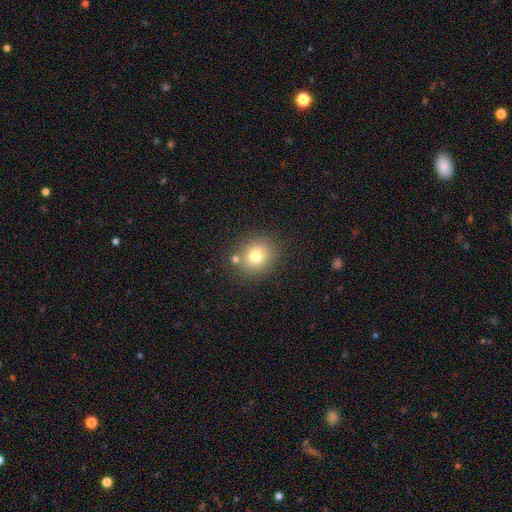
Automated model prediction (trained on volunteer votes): This is likely a smooth galaxy (76%). How rounded: likely round (78%). Merging: likely none (75%).